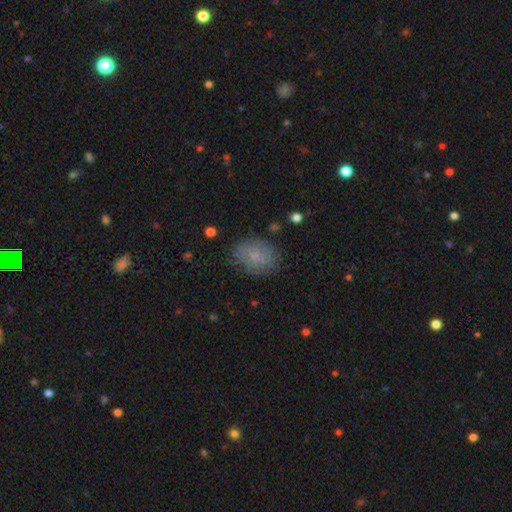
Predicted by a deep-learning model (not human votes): Smooth or featured: smooth — 70% (featured or disk — 19%)
How rounded: in between — 66% (round — 32%)
Merging: none — 78% (minor disturbance — 16%)